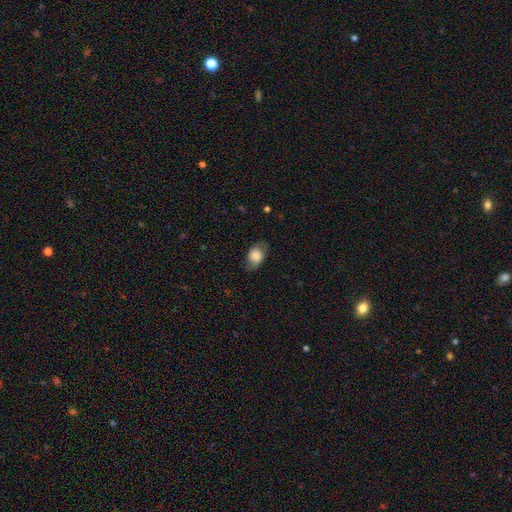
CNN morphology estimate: Smooth or featured? smooth (65%)
How rounded? in between (76%)
Merging? none (71%)